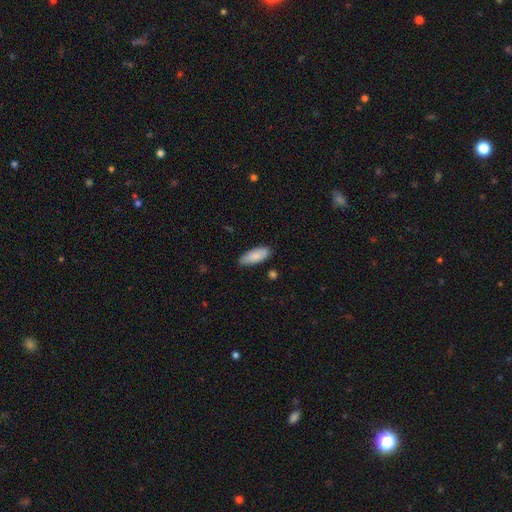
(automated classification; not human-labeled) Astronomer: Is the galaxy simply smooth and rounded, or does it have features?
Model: smooth — 84%.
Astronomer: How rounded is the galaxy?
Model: in between — 81%.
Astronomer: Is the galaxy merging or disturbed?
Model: none — 80%.